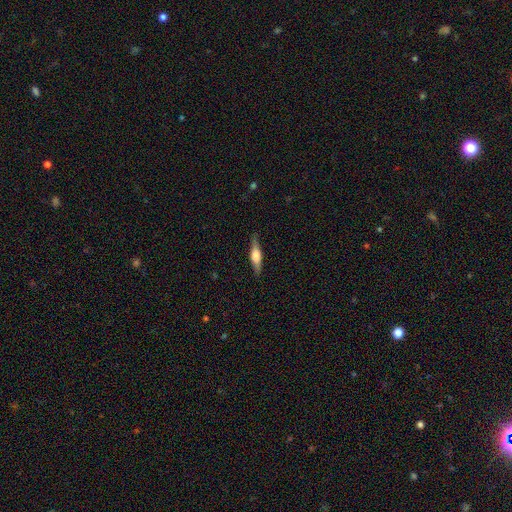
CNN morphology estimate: type=featured or disk (58%); edge-on=yes (96%); edge-on bulge=rounded (84%); merging=none (86%).